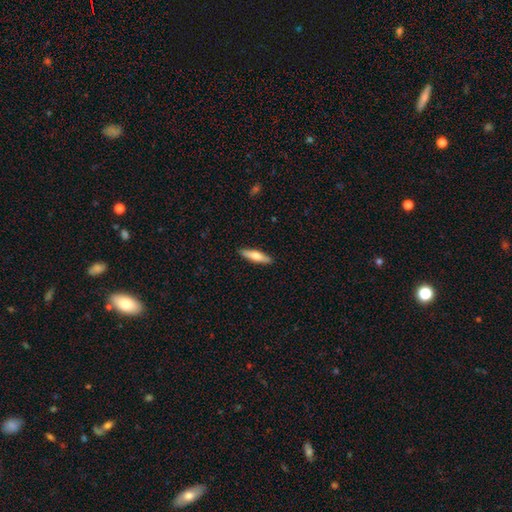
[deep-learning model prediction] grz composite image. It shows a smooth galaxy with no disk features (65%) that is cigar-shaped (71%). Merging: none (90%).